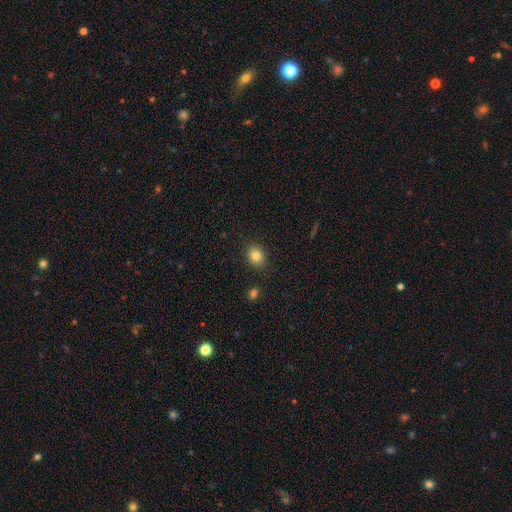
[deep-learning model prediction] The model was most divided on "how rounded": in between: 50%, round: 49%, cigar-shaped: 1%. More confident: merging — none (87%); smooth or featured — smooth (83%).